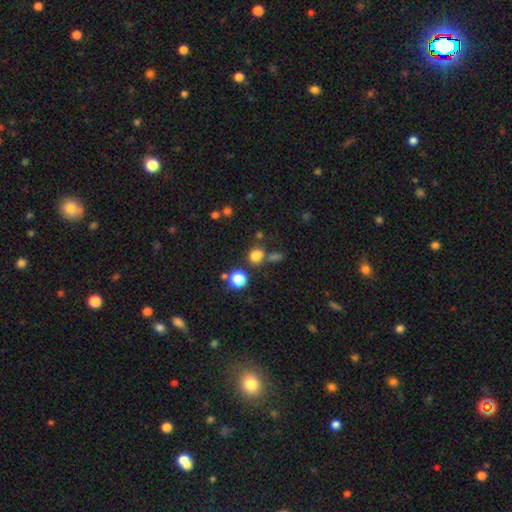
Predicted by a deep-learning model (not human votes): Smooth or featured? smooth (74%)
How rounded? round (78%)
Merging? none (65%)